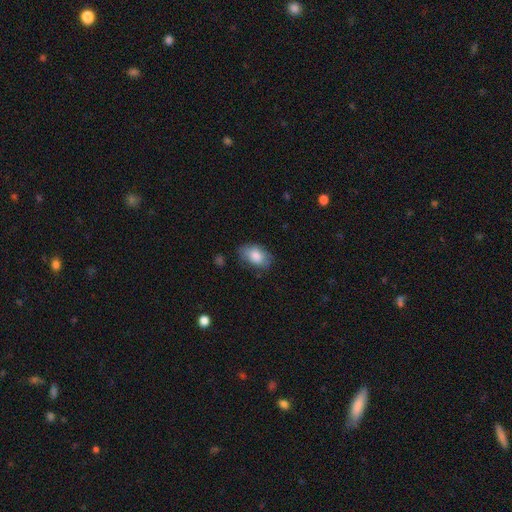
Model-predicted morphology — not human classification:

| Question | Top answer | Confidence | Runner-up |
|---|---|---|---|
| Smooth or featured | smooth | 82% | featured or disk (11%) |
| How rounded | in between | 90% | round (9%) |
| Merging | none | 72% | minor disturbance (21%) |